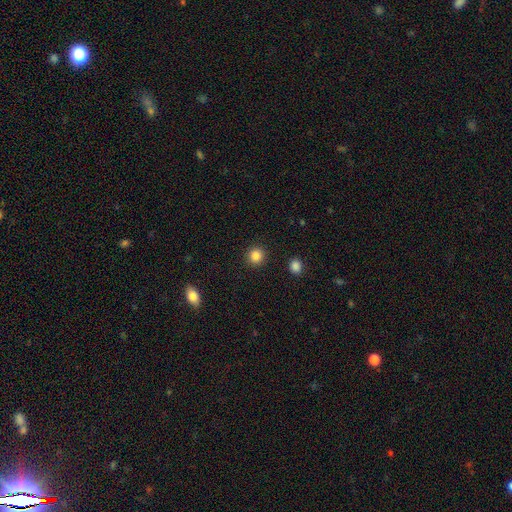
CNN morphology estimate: Q: Smooth or featured?
A: smooth (86%); runner-up: star or artifact (10%)
Q: How rounded?
A: round (92%); runner-up: in between (7%)
Q: Merging?
A: none (92%); runner-up: minor disturbance (5%)